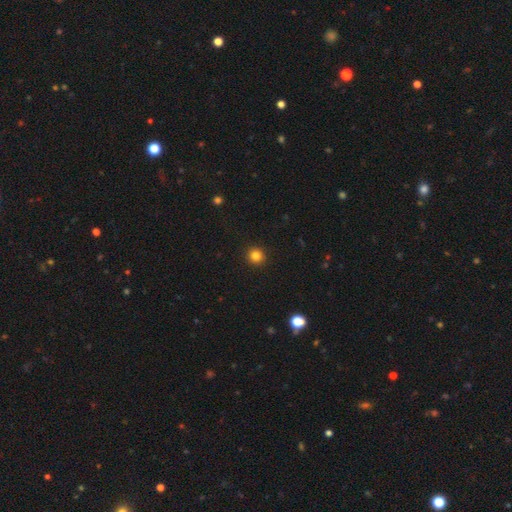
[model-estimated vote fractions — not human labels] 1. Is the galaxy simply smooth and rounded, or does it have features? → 83% smooth, 12% star or artifact, 4% featured or disk.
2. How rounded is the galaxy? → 94% round, 5% in between, 1% cigar-shaped.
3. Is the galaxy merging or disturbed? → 93% none, 4% minor disturbance, 2% major disturbance, 1% merger.